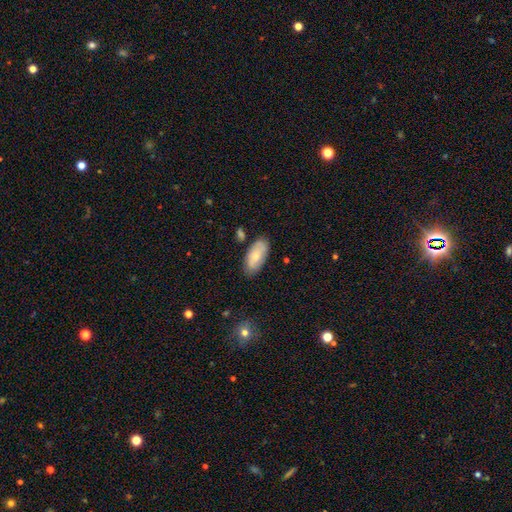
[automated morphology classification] This appears to be a smooth galaxy with no disk features (65%) that is in between round and cigar-shaped (92%). Merging: none (77%).